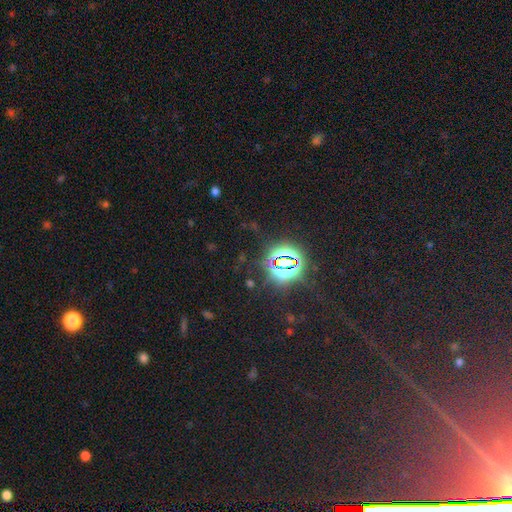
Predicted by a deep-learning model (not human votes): Smooth or featured: star or artifact — 77% (smooth — 15%)